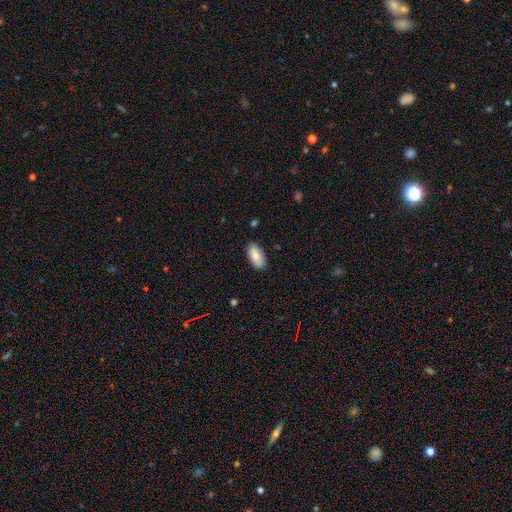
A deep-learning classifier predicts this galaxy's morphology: Q: Smooth or featured?
A: smooth (83%); runner-up: featured or disk (11%)
Q: How rounded?
A: in between (92%); runner-up: cigar-shaped (6%)
Q: Merging?
A: none (84%); runner-up: minor disturbance (13%)